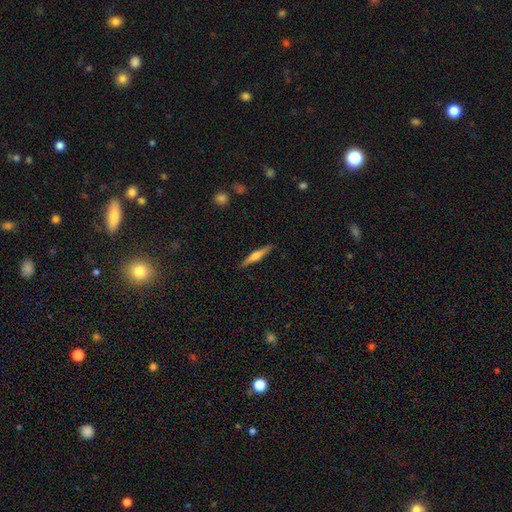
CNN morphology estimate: Overall: featured or disk (56%; smooth 38%). Edge-on disk: yes (97%). Edge-on bulge: rounded (82%). Merging: none (90%).